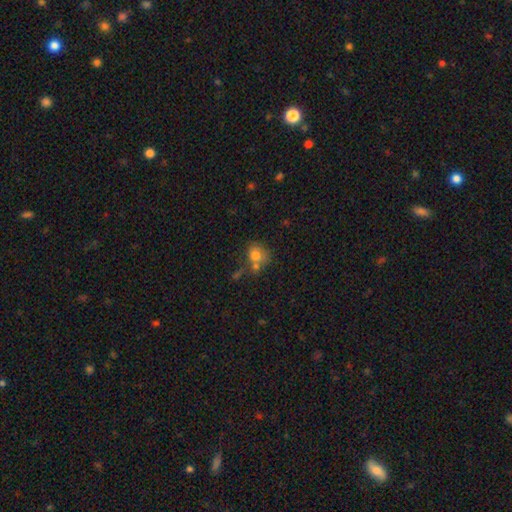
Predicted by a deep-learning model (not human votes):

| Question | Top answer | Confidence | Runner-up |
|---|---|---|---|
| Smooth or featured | smooth | 76% | featured or disk (13%) |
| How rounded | round | 68% | in between (31%) |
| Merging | none | 45% | merger (32%) |